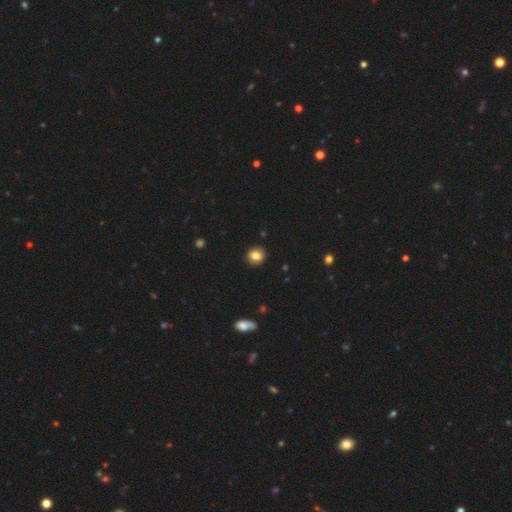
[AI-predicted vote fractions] smooth_or_featured: smooth (p=0.84) [alt: star or artifact p=0.10]
how_rounded: round (p=0.84) [alt: in between p=0.15]
merging: none (p=0.91) [alt: minor disturbance p=0.06]